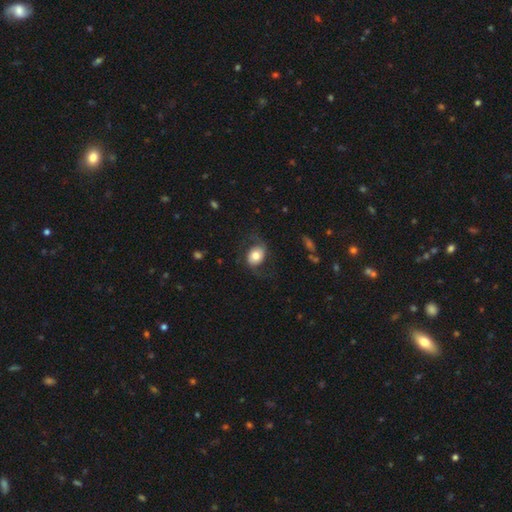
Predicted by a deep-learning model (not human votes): The model was most divided on "smooth or featured": featured or disk: 54%, smooth: 38%, star or artifact: 7%. More confident: edge-on disk — no (97%); spiral arms — yes (85%); bar — no (67%); merging — none (67%); bulge size — moderate (52%).